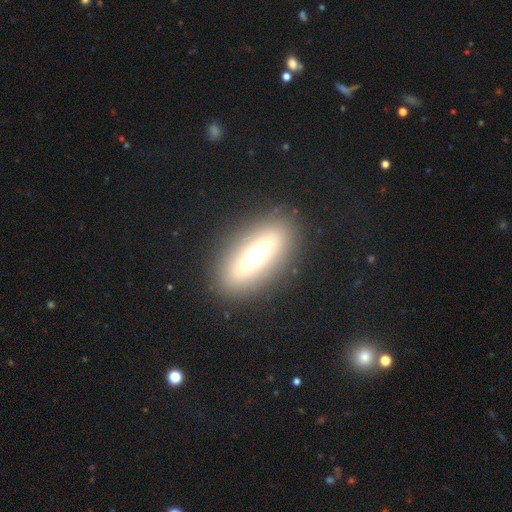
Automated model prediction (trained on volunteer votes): The model was most divided on "smooth or featured": smooth: 47%, featured or disk: 42%, star or artifact: 10%. More confident: merging — none (87%).